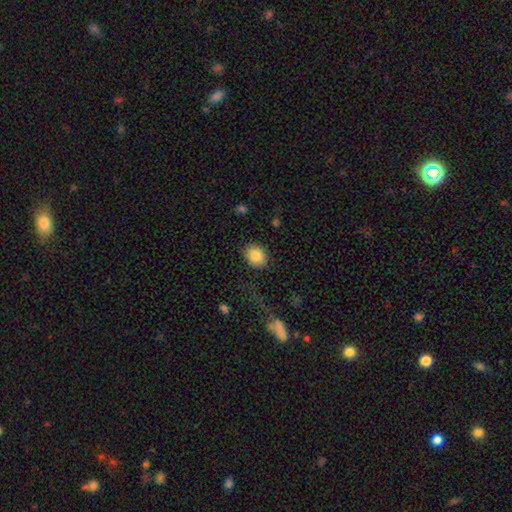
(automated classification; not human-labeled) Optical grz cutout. It shows a smooth galaxy with no disk features (85%) that is round (50%). Merging: none (85%).